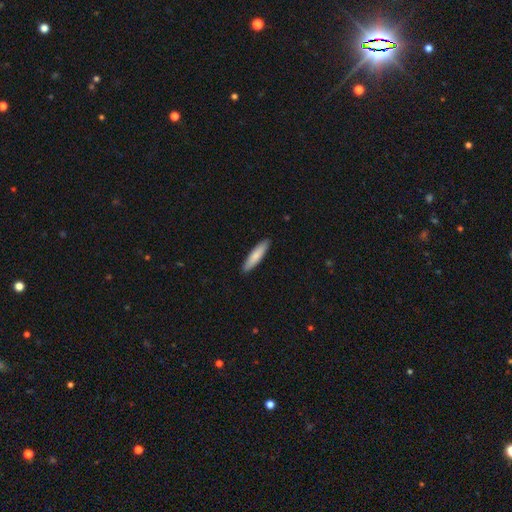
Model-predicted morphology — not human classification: This is likely a smooth galaxy (80%). How rounded: likely cigar-shaped (79%). Merging: clearly none (91%).